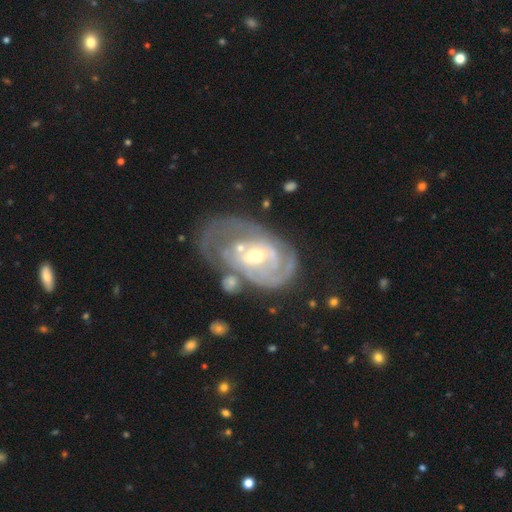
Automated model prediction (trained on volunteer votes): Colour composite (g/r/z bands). It shows a featured or disk galaxy (84%) with no bar (48%), tight (62%) spiral arms (88%) and a moderate central bulge (50%). Merging: none (40%).